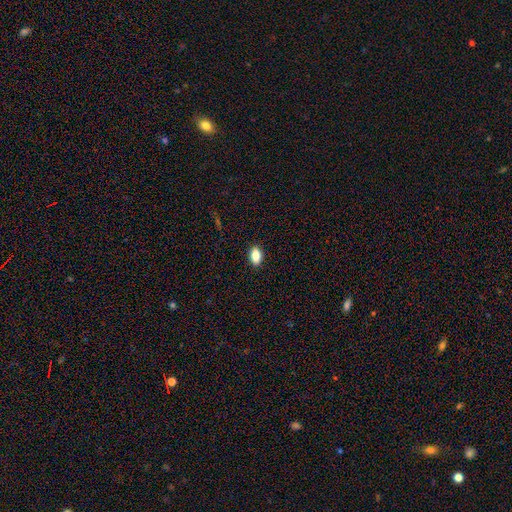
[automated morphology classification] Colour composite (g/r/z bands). It shows a smooth galaxy with no disk features (82%) that is in between round and cigar-shaped (88%). Merging: none (89%).